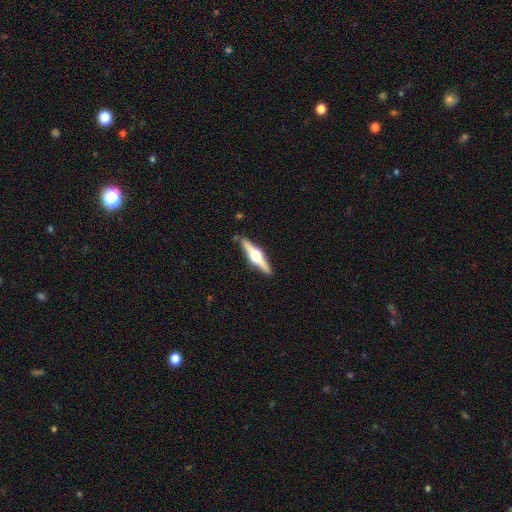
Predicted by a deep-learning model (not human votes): Overall: featured or disk (77%). Edge-on disk: yes (98%). Edge-on bulge: rounded (95%). Merging: none (89%).